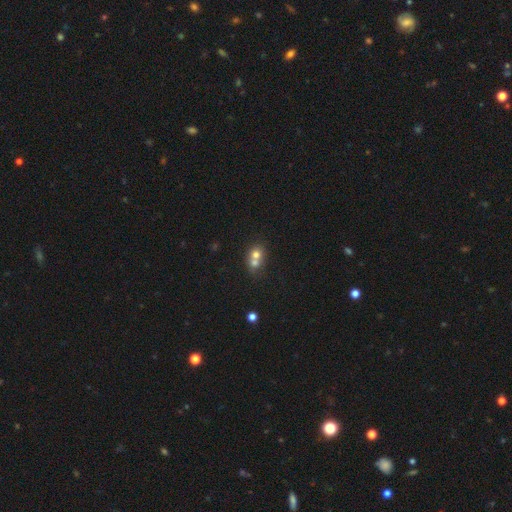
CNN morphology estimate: smooth_or_featured: smooth (p=0.69) [alt: featured or disk p=0.19]
how_rounded: round (p=0.70) [alt: in between p=0.28]
merging: merger (p=0.66) [alt: none p=0.26]